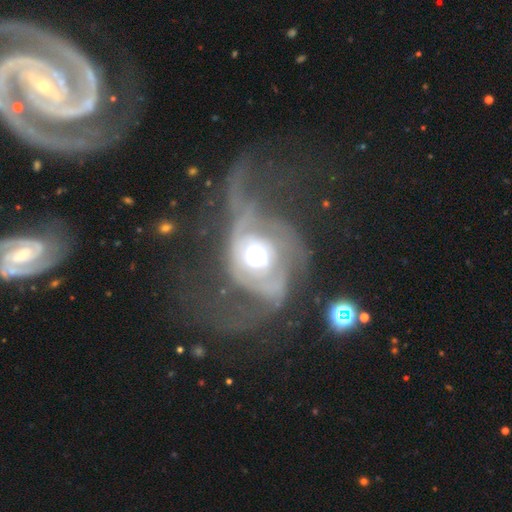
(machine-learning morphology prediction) Smooth or featured: featured or disk — 75% (smooth — 18%)
Edge-on disk: no — 96% (yes — 4%)
Bar: no — 80% (weak — 14%)
Spiral arms: yes — 66% (no — 34%)
Bulge size: moderate — 53% (large — 36%)
Merging: major disturbance — 62% (none — 20%)